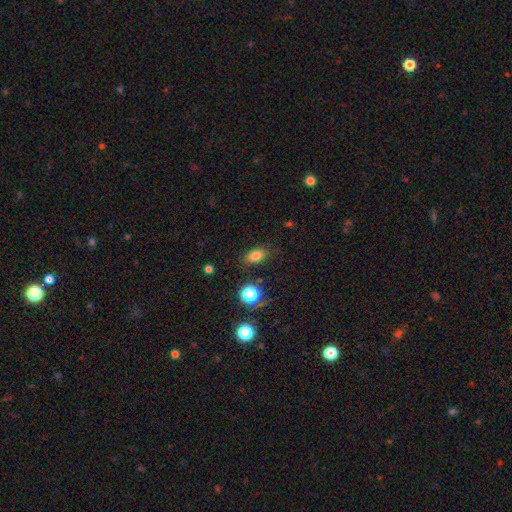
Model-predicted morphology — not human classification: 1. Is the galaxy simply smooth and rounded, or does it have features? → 78% smooth, 14% star or artifact, 8% featured or disk.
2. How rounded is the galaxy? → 82% in between, 15% round, 3% cigar-shaped.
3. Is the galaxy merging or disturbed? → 81% none, 13% minor disturbance, 4% major disturbance, 2% merger.